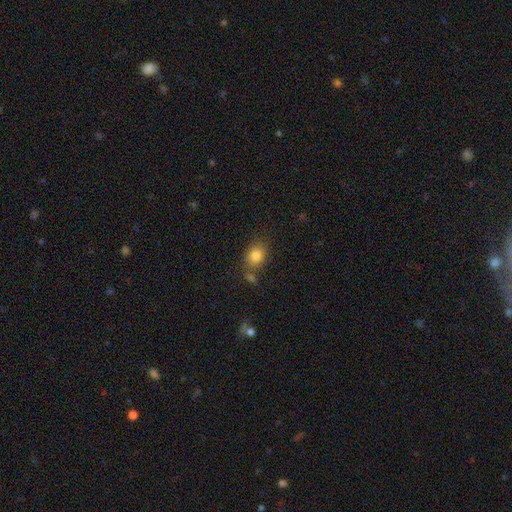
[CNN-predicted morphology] Overall: smooth (83%). How rounded: round (51%; in between 48%). Merging: none (70%).